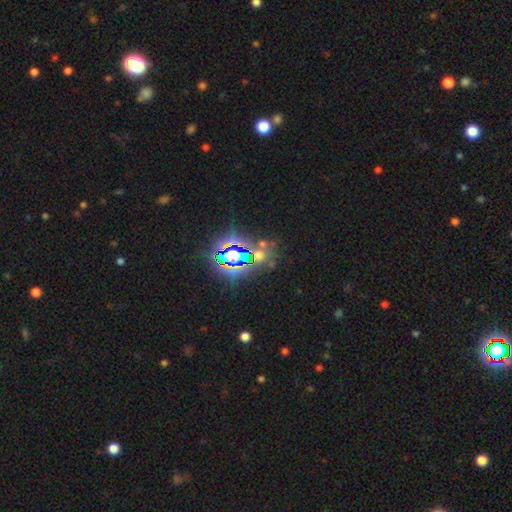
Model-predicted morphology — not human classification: A star or artifact, not a galaxy (75%).

Vote fractions:
- Smooth or featured? star or artifact: 75% / smooth: 16% / featured or disk: 9%